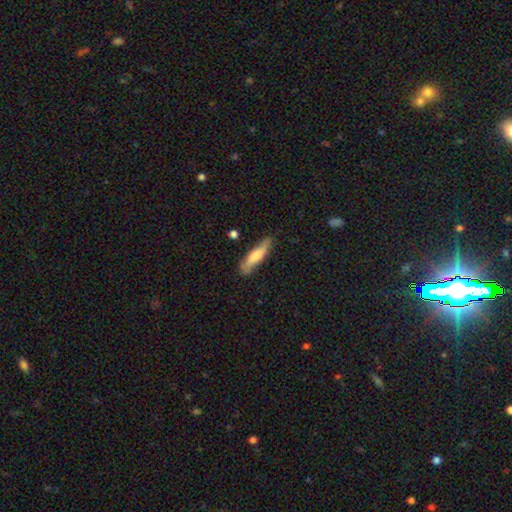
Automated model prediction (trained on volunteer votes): Smooth or featured? smooth (68%)
How rounded? cigar-shaped (78%)
Merging? none (78%)